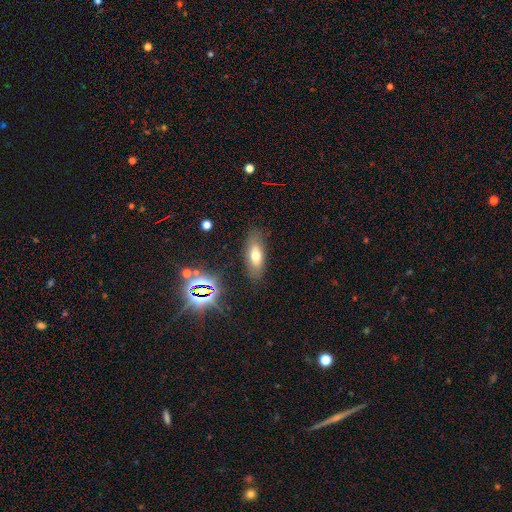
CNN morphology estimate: A smooth galaxy with no disk features (63%) that is in between round and cigar-shaped (76%).

Vote fractions:
- Smooth or featured? smooth: 63% / featured or disk: 23% / star or artifact: 14%
- How rounded? in between: 76% / cigar-shaped: 20% / round: 4%
- Merging? none: 83% / minor disturbance: 11% / major disturbance: 4% / merger: 2%